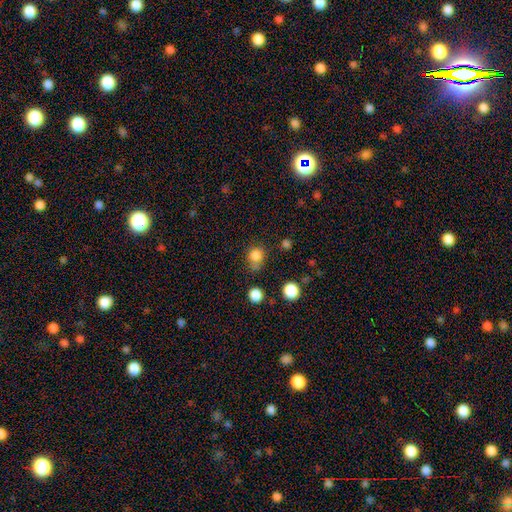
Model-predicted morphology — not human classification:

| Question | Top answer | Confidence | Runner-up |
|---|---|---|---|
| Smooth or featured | smooth | 81% | star or artifact (13%) |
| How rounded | round | 80% | in between (19%) |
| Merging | none | 60% | minor disturbance (22%) |